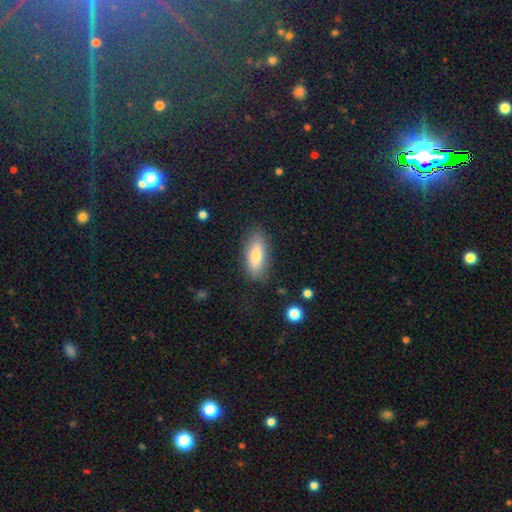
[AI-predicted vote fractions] Smooth or featured: smooth — 75% (featured or disk — 18%)
How rounded: in between — 77% (cigar-shaped — 20%)
Merging: none — 81% (minor disturbance — 14%)